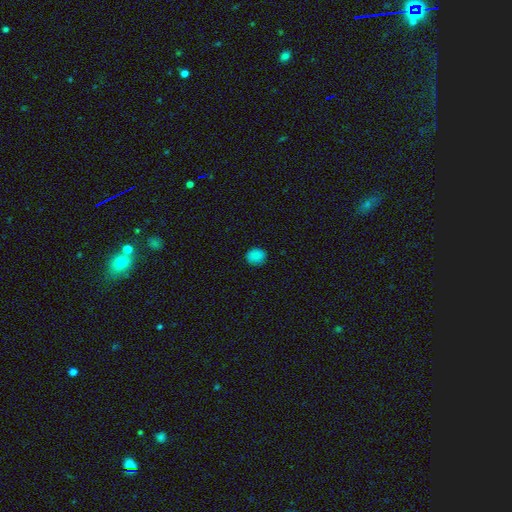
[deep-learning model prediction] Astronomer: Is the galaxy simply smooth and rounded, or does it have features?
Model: smooth — 85%.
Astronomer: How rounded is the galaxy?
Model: round — 81%.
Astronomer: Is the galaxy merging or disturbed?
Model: none — 89%.